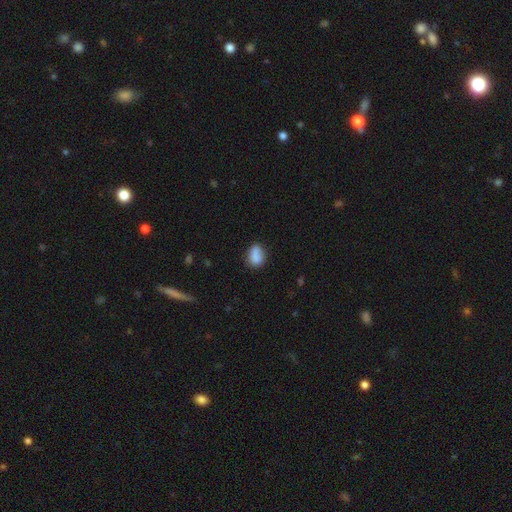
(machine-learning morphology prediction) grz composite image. It shows a smooth galaxy with no disk features (85%) that is in between round and cigar-shaped (72%). Merging: none (71%).